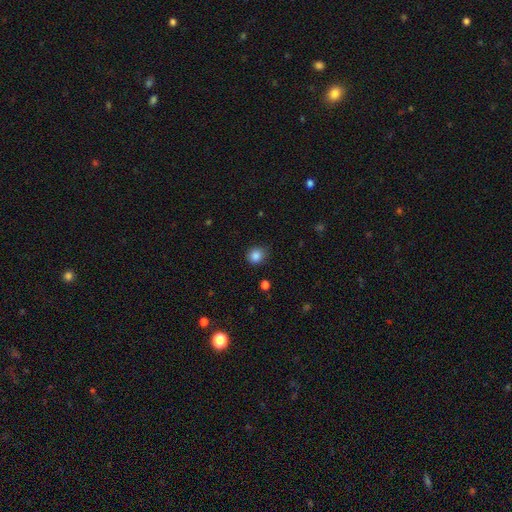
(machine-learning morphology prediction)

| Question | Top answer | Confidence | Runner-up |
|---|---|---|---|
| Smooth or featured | smooth | 86% | star or artifact (10%) |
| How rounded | round | 84% | in between (15%) |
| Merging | none | 81% | minor disturbance (14%) |